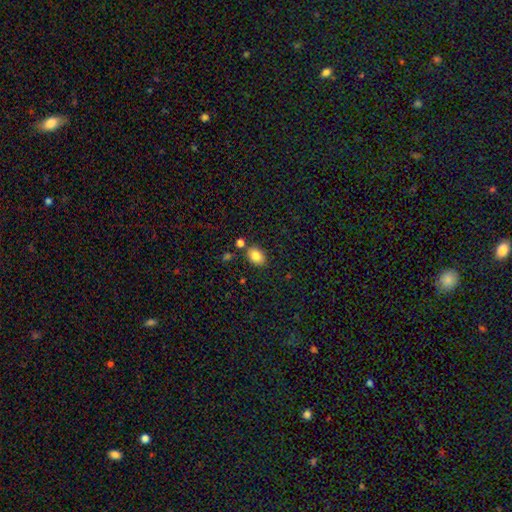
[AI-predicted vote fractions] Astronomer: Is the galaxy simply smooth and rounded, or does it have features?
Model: smooth — 83%.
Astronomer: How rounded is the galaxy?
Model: in between — 74%.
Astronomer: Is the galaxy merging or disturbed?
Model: none — 79%.